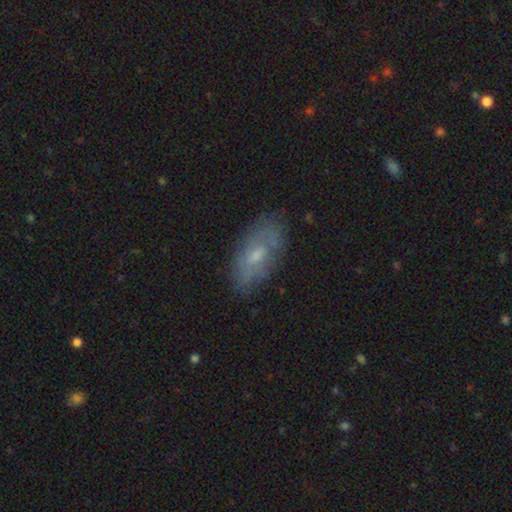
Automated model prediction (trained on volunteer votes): This is possibly a smooth galaxy (51%). How rounded: clearly in between (87%). Merging: likely none (73%).